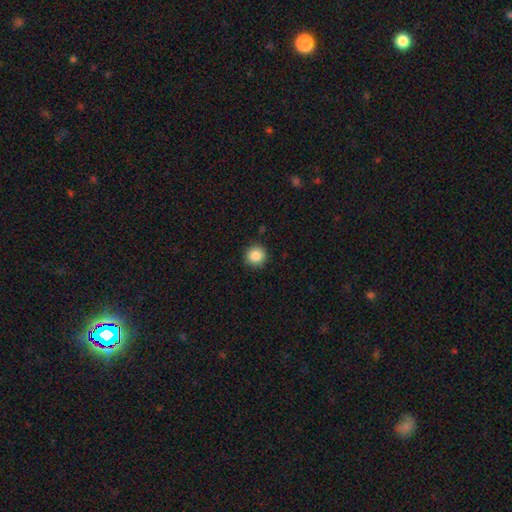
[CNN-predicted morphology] smooth_or_featured: smooth (p=0.87) [alt: star or artifact p=0.09]
how_rounded: round (p=0.95) [alt: in between p=0.04]
merging: none (p=0.91) [alt: minor disturbance p=0.06]